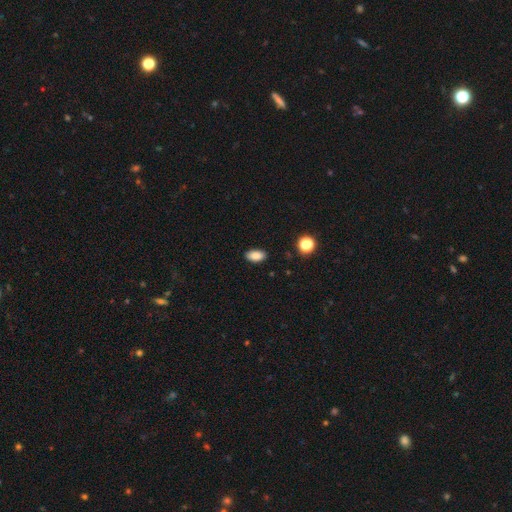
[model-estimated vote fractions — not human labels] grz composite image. It shows a smooth galaxy with no disk features (87%) that is in between round and cigar-shaped (92%). Merging: none (89%).